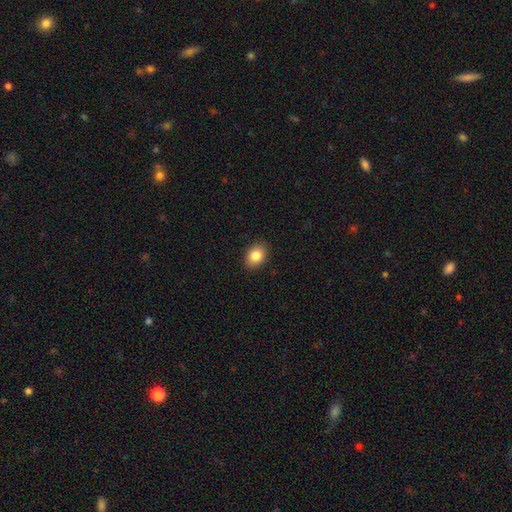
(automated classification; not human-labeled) Q: Smooth or featured?
A: smooth (85%); runner-up: star or artifact (8%)
Q: How rounded?
A: in between (74%); runner-up: round (25%)
Q: Merging?
A: none (89%); runner-up: minor disturbance (8%)